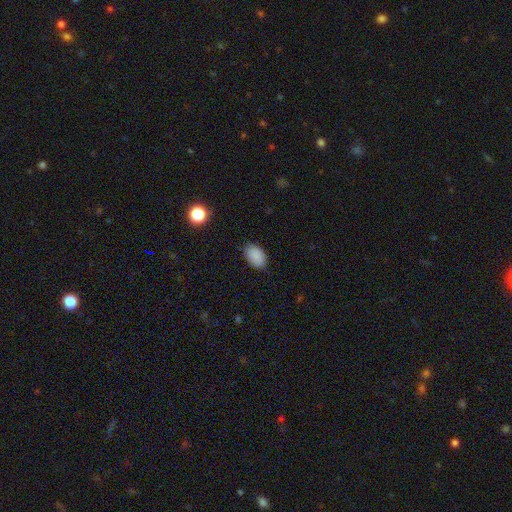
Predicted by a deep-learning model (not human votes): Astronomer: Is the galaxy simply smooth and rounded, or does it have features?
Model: smooth — 88%.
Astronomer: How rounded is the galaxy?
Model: in between — 89%.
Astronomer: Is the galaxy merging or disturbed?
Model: none — 80%.